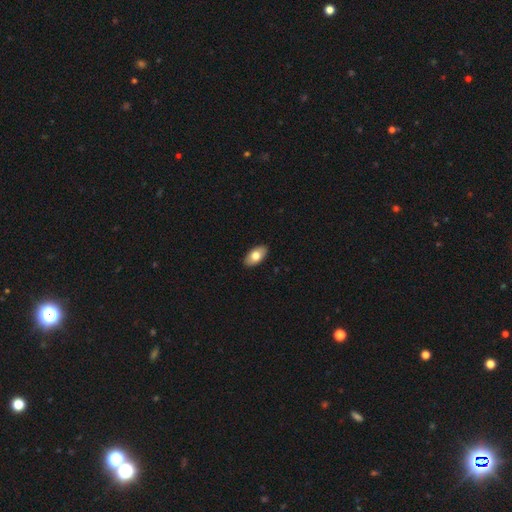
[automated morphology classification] A smooth galaxy with no disk features (76%) that is in between round and cigar-shaped (94%). Merging: none (90%).